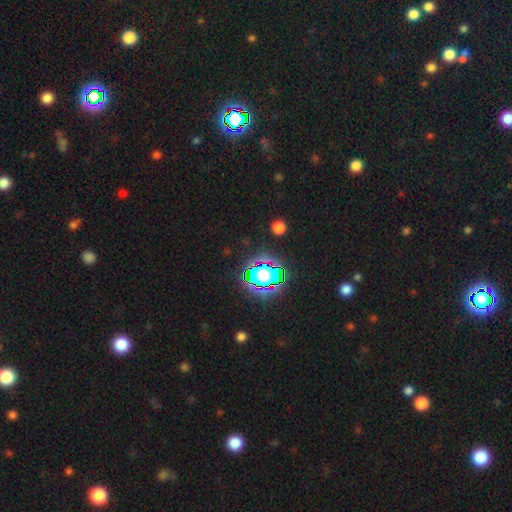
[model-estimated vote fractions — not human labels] This is clearly a star or artifact rather than a galaxy (80%).